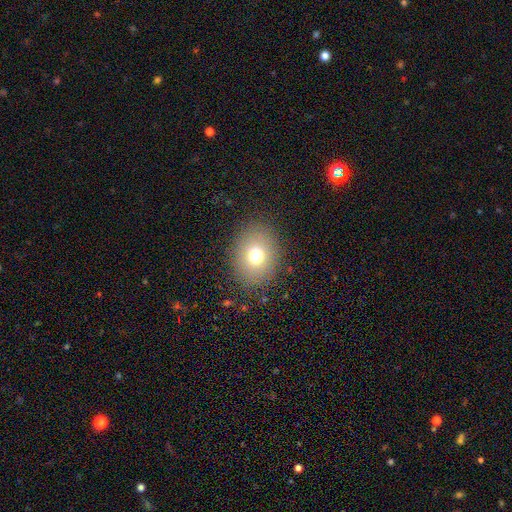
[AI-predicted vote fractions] A smooth galaxy with no disk features (72%) that is in between round and cigar-shaped (55%).

Vote fractions:
- Smooth or featured? smooth: 72% / featured or disk: 14% / star or artifact: 14%
- How rounded? in between: 55% / round: 44% / cigar-shaped: 1%
- Merging? none: 86% / minor disturbance: 9% / major disturbance: 4% / merger: 1%